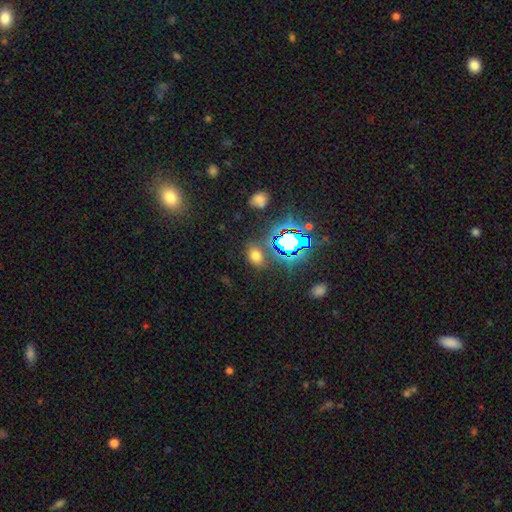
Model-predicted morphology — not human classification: smooth 60%, star or artifact 32%, featured or disk 8%. Down the decision tree: how rounded — in between (80%); merging — none (79%).